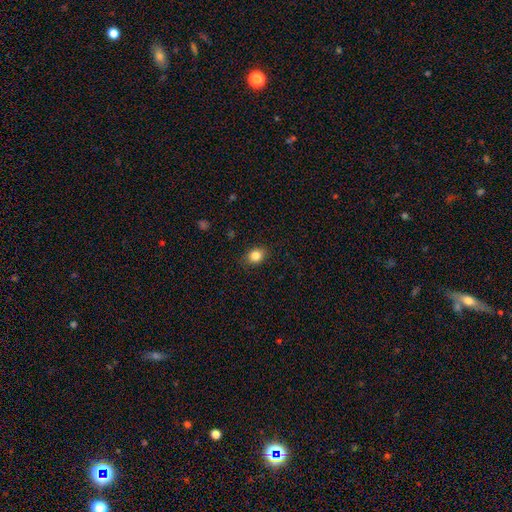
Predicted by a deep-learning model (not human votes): Smooth or featured: smooth — 84% (star or artifact — 10%)
How rounded: in between — 51% (round — 48%)
Merging: none — 86% (minor disturbance — 10%)